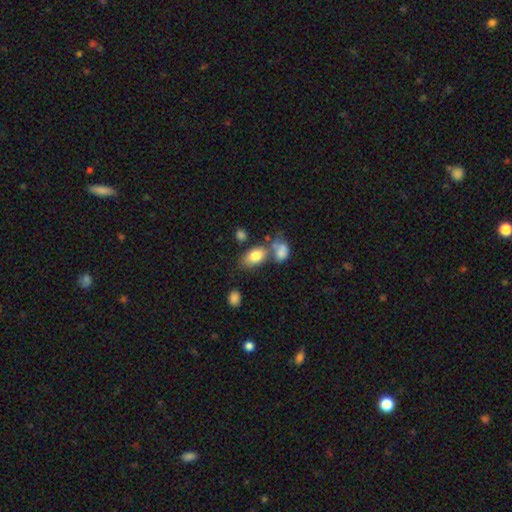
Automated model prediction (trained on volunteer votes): Smooth or featured: smooth — 80% (featured or disk — 12%)
How rounded: in between — 90% (round — 8%)
Merging: none — 48% (merger — 30%)